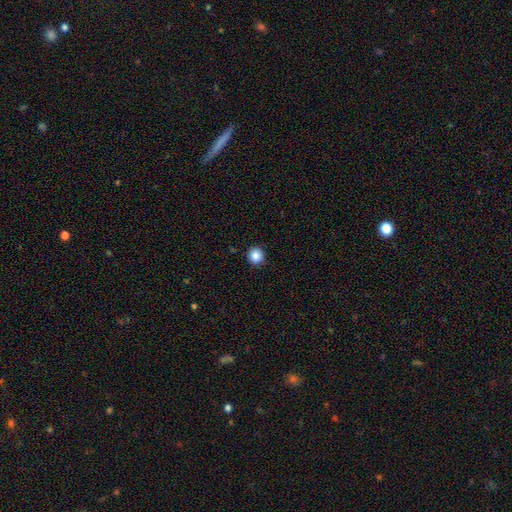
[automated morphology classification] The model was most divided on "smooth or featured": smooth: 86%, star or artifact: 10%, featured or disk: 4%. More confident: how rounded — round (93%); merging — none (92%).